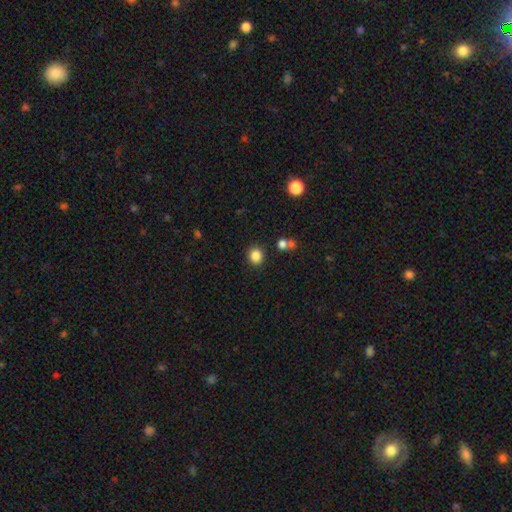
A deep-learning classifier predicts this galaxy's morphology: This is clearly a smooth galaxy (84%). How rounded: clearly round (86%). Merging: clearly none (87%).